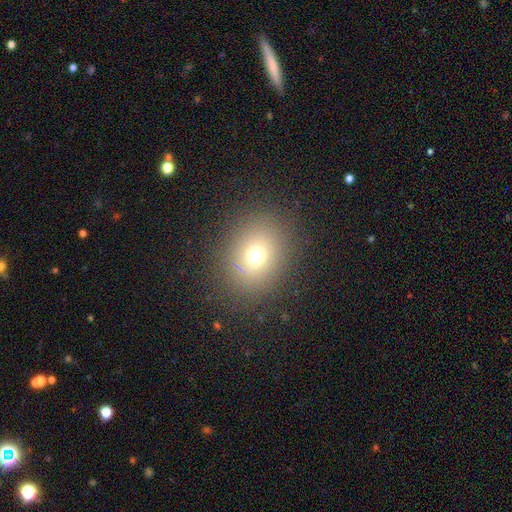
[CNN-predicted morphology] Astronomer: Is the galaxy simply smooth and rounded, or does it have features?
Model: smooth — 68%.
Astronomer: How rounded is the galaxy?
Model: round — 62% (runner-up: in between, 37%).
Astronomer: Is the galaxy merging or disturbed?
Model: none — 85%.